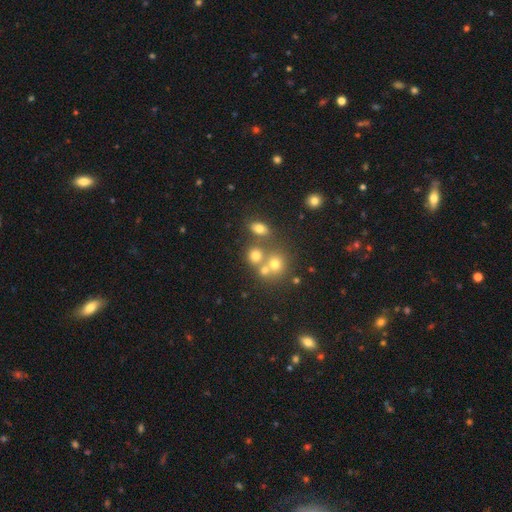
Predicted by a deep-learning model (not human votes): Smooth or featured? smooth (68%)
How rounded? round (73%)
Merging? none (53%)